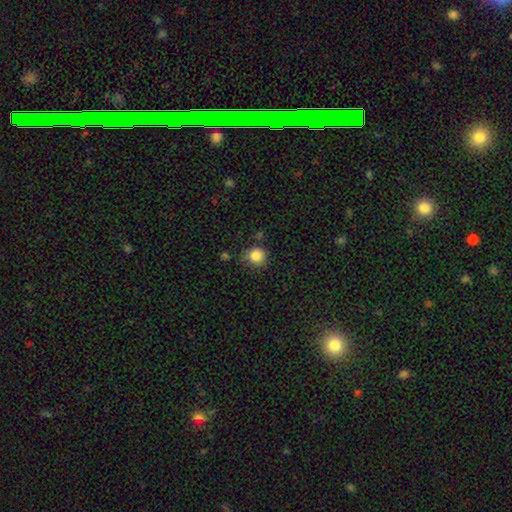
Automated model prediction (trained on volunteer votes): This appears to be a smooth galaxy with no disk features (86%) that is round (90%). Merging: none (75%).